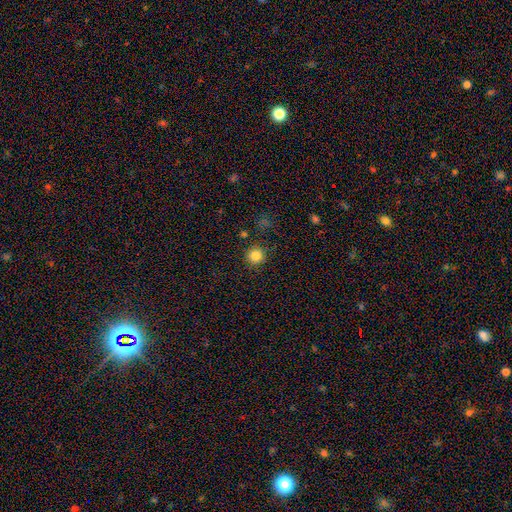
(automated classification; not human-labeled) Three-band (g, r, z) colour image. It shows a smooth galaxy with no disk features (84%) that is round (94%). Merging: none (88%).